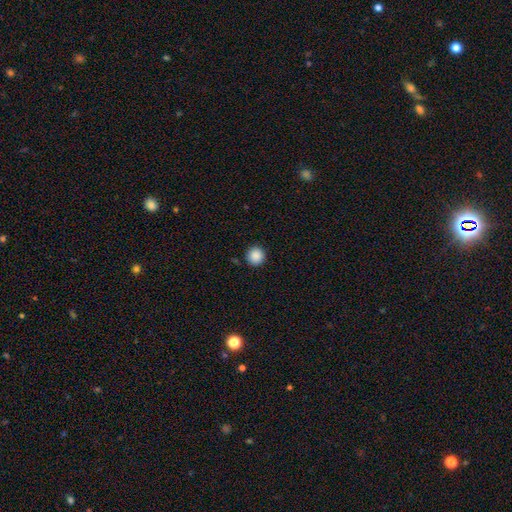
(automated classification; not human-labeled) Morphology: type=smooth (88%); roundness=round (95%); merging=none (91%).